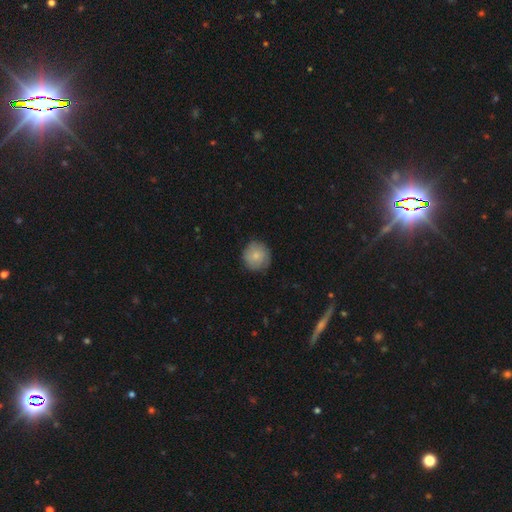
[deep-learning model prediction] A smooth galaxy with no disk features (80%) that is round (94%). Merging: none (86%).